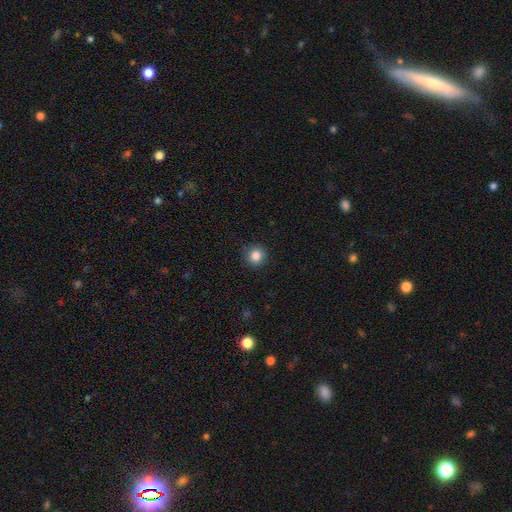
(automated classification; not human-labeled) Smooth or featured? smooth (85%)
How rounded? round (93%)
Merging? none (89%)